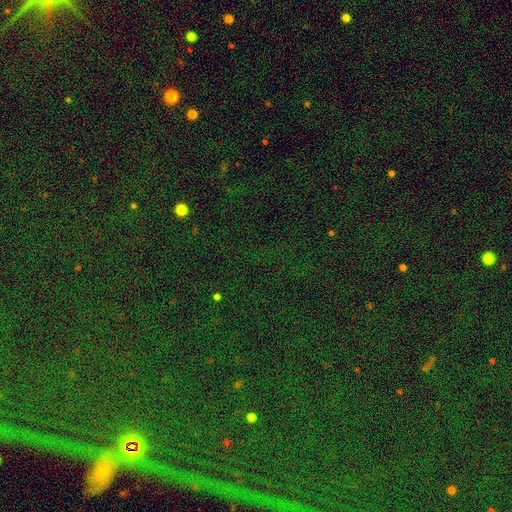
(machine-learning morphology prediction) Smooth or featured?
  - star or artifact: 81% *
  - smooth: 12%
  - featured or disk: 7%